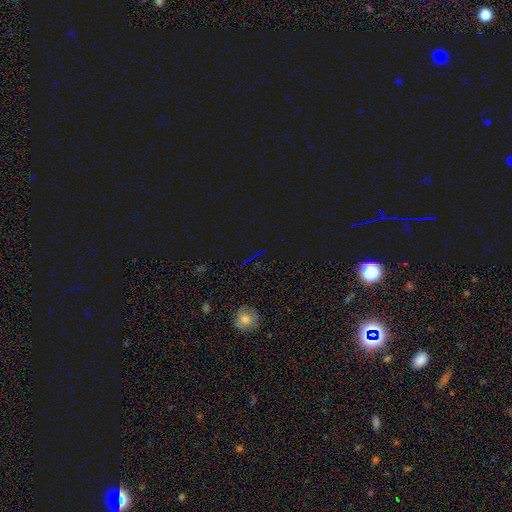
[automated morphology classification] smooth_or_featured: star or artifact (p=0.67) [alt: smooth p=0.20]